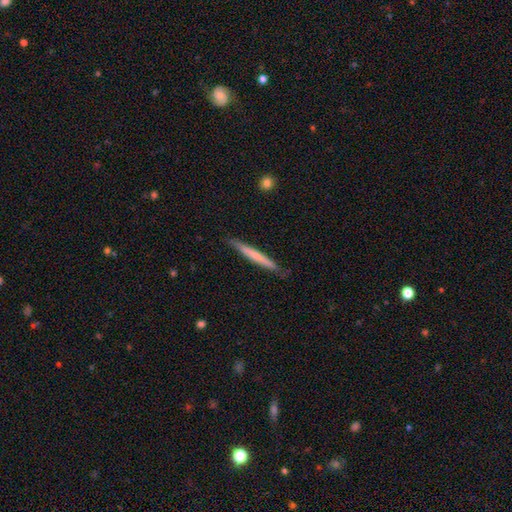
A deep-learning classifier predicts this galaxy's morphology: smooth 57%, featured or disk 38%, star or artifact 5%. Down the decision tree: how rounded — cigar-shaped (97%); merging — none (86%).